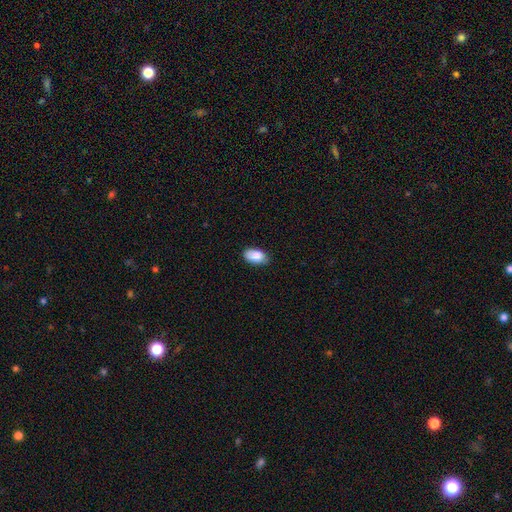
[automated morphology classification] Smooth or featured?
  - smooth: 87% *
  - featured or disk: 7%
  - star or artifact: 7%
How rounded?
  - in between: 94% *
  - round: 4%
  - cigar-shaped: 2%
Merging?
  - none: 81% *
  - minor disturbance: 16%
  - major disturbance: 2%
  - merger: 1%